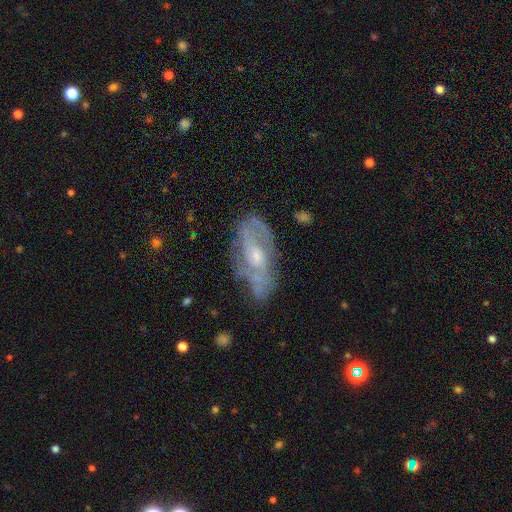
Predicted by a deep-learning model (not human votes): This is likely a featured or disk galaxy (73%). It is clearly not viewed edge-on (92%). Bar: possibly no (57%). Spiral arm pattern: likely yes (74%). Central bulge: possibly moderate (47%). Merging: possibly none (58%).